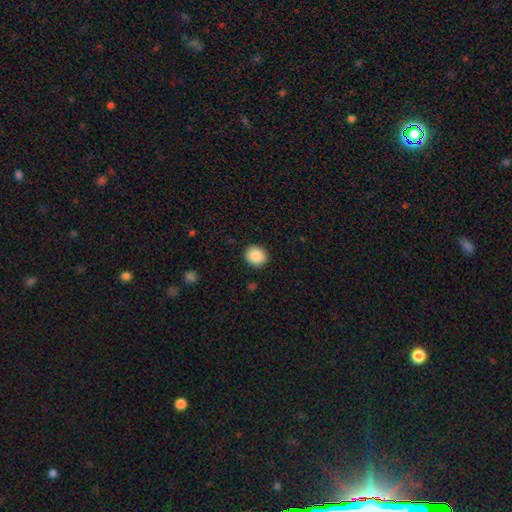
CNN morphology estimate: The model was most divided on "how rounded": round: 81%, in between: 18%, cigar-shaped: 1%. More confident: merging — none (91%); smooth or featured — smooth (88%).